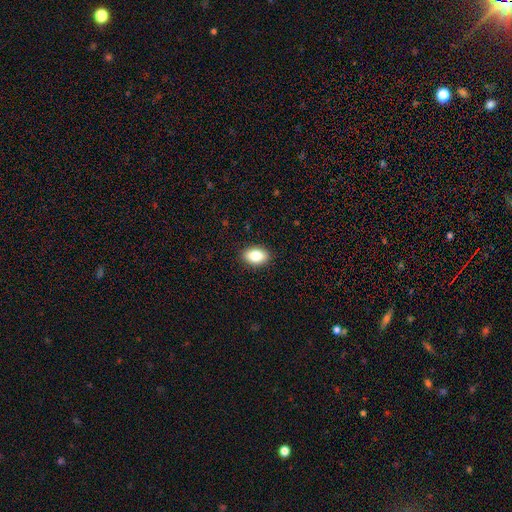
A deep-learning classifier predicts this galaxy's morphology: Smooth or featured? smooth (86%)
How rounded? in between (88%)
Merging? none (90%)